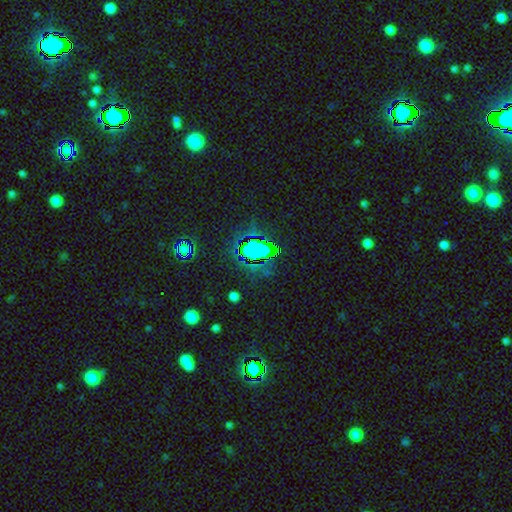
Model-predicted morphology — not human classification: smooth_or_featured: star or artifact (p=0.80) [alt: smooth p=0.12]